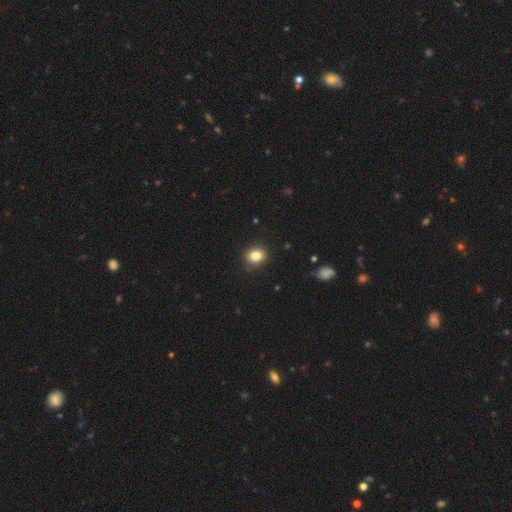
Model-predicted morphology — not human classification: A smooth galaxy with no disk features (83%) that is round (60%). Merging: none (87%).